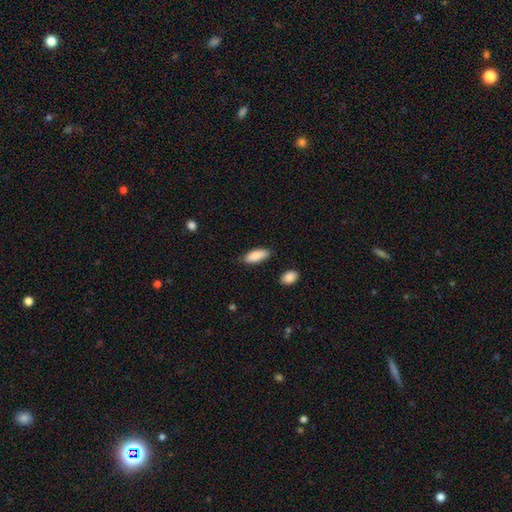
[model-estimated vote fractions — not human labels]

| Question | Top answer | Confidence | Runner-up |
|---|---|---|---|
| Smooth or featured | smooth | 88% | featured or disk (6%) |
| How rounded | in between | 80% | cigar-shaped (19%) |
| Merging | none | 81% | minor disturbance (14%) |